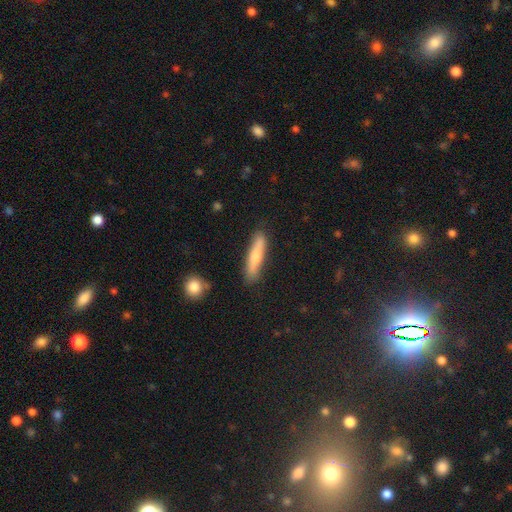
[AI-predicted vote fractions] Q: Smooth or featured?
A: smooth (65%); runner-up: featured or disk (29%)
Q: How rounded?
A: cigar-shaped (85%); runner-up: in between (13%)
Q: Merging?
A: none (83%); runner-up: minor disturbance (12%)